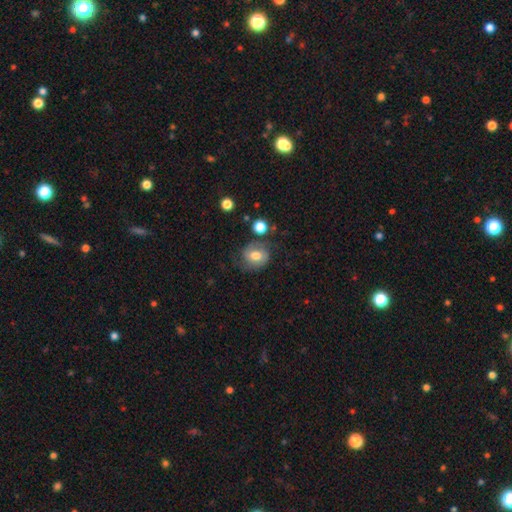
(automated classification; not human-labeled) A smooth galaxy with no disk features (53%) that is round (68%).

Vote fractions:
- Smooth or featured? smooth: 53% / featured or disk: 38% / star or artifact: 9%
- How rounded? round: 68% / in between: 31% / cigar-shaped: 1%
- Merging? none: 66% / minor disturbance: 21% / major disturbance: 9% / merger: 4%